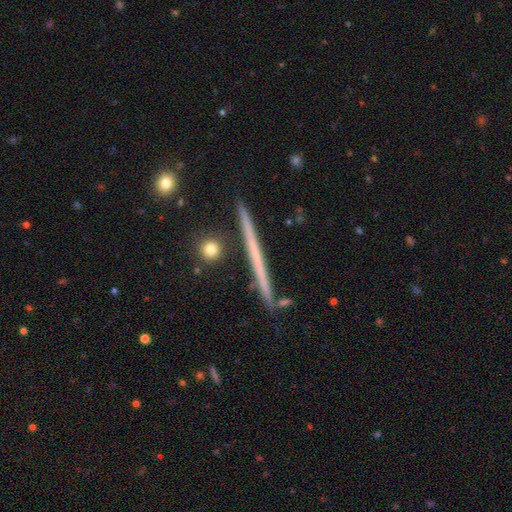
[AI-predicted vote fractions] This appears to be a featured or disk galaxy (59%) viewed edge-on (98%) with no central bulge (91%). Merging: none (89%).